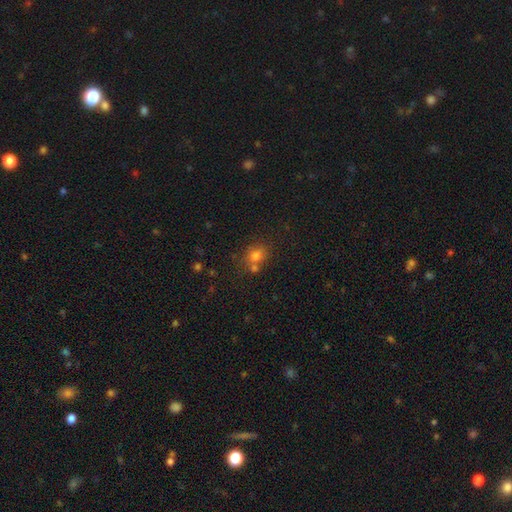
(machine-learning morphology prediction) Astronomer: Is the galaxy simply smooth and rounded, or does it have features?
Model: smooth — 75%.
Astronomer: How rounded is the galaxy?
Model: round — 69%.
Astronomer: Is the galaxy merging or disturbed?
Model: none — 59%.